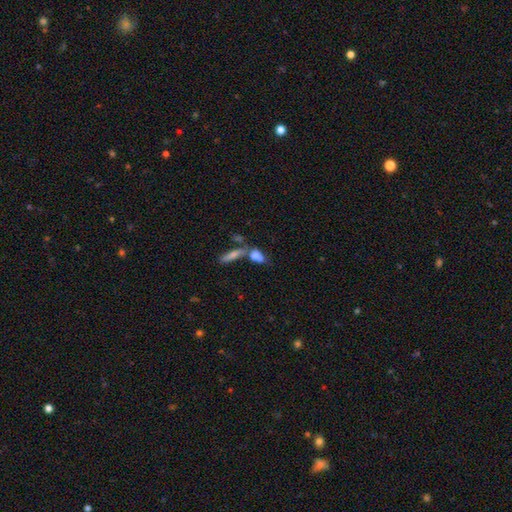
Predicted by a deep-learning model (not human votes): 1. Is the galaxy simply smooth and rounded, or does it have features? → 73% smooth, 17% featured or disk, 10% star or artifact.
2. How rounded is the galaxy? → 69% in between, 25% cigar-shaped, 6% round.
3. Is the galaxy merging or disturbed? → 46% merger, 36% none, 11% minor disturbance, 7% major disturbance.